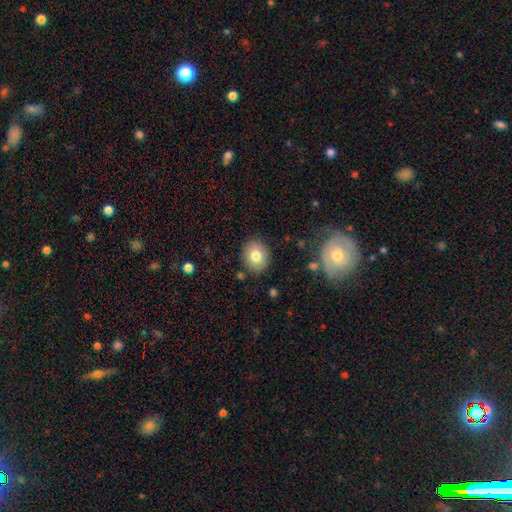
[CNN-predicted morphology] Smooth or featured? Predicted: smooth (p=0.79). How rounded? Predicted: round (p=0.63). Merging? Predicted: none (p=0.87).